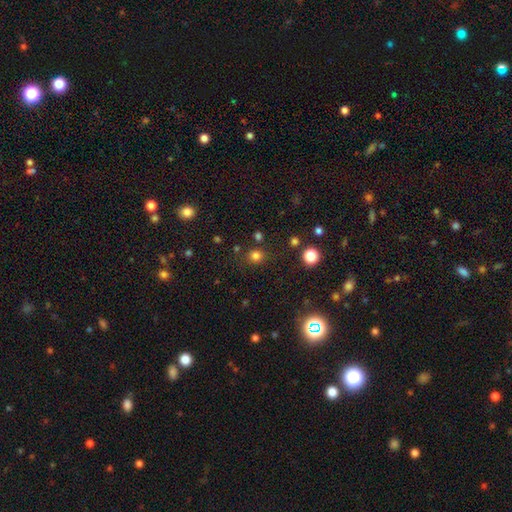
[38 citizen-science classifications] This is clearly a smooth galaxy (89%). How rounded: clearly round (94%). Merging: clearly none (86%).